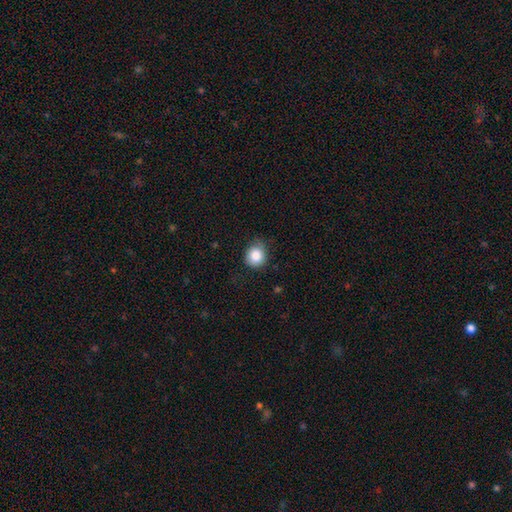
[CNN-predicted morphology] Smooth or featured?
  - smooth: 84% *
  - star or artifact: 10%
  - featured or disk: 6%
How rounded?
  - round: 80% *
  - in between: 19%
  - cigar-shaped: 1%
Merging?
  - none: 74% *
  - minor disturbance: 21%
  - major disturbance: 4%
  - merger: 1%